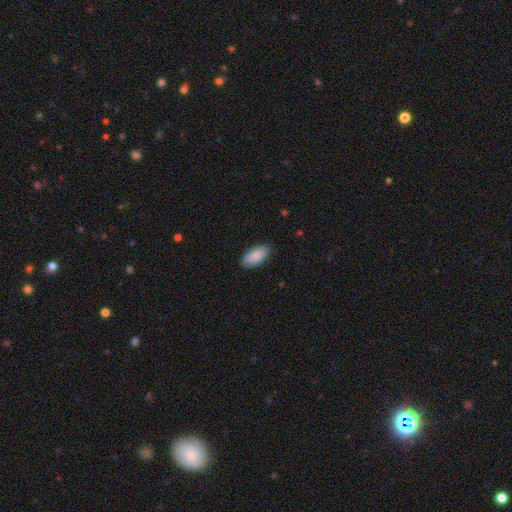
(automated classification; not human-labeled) This appears to be a smooth galaxy with no disk features (89%) that is in between round and cigar-shaped (94%). Merging: none (86%).